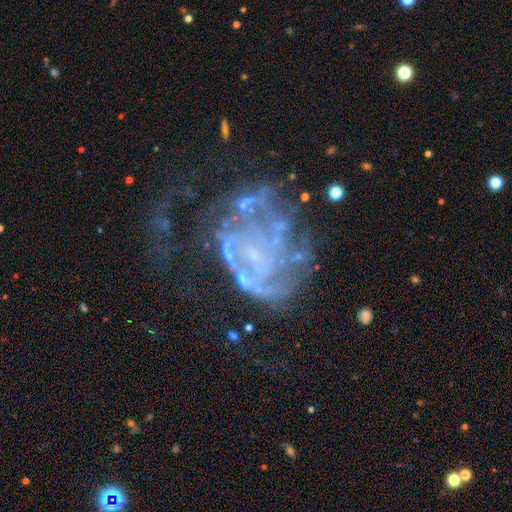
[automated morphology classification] smooth_or_featured: featured or disk (p=0.78) [alt: star or artifact p=0.12]
disk_edge_on: no (p=0.98) [alt: yes p=0.02]
bar: no (p=0.75) [alt: weak p=0.19]
has_spiral_arms: yes (p=0.64) [alt: no p=0.36]
bulge_size: small (p=0.45) [alt: none p=0.44]
merging: major disturbance (p=0.47) [alt: none p=0.28]